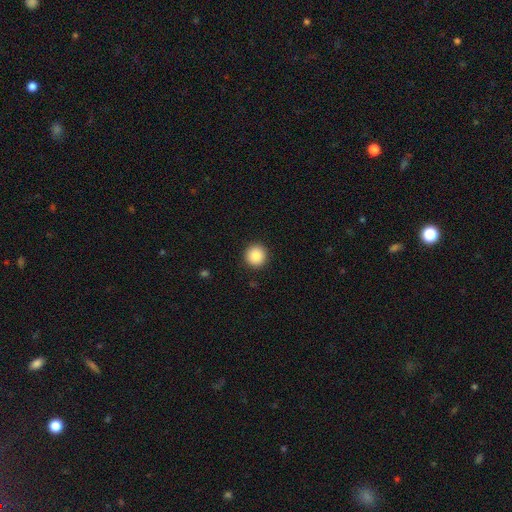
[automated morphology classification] type=smooth (87%); roundness=round (95%); merging=none (92%).